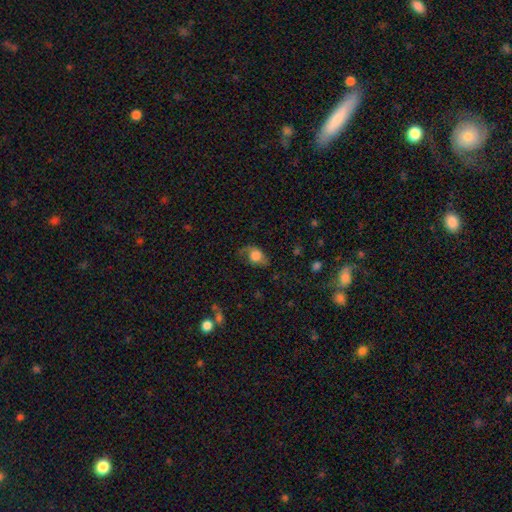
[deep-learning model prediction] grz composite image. It shows a smooth galaxy with no disk features (66%) that is in between round and cigar-shaped (64%). Merging: none (46%).